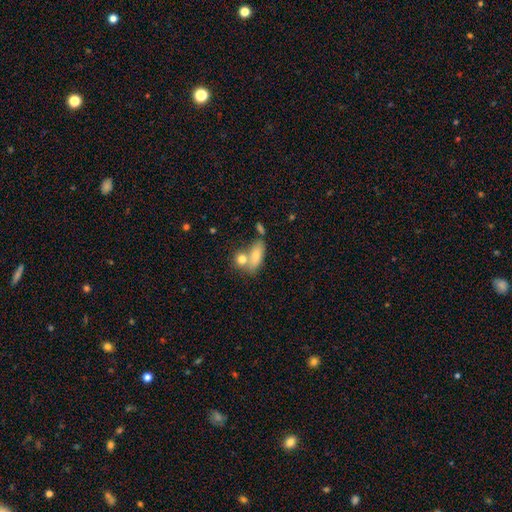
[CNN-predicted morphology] Smooth or featured? smooth (76%)
How rounded? in between (76%)
Merging? merger (45%)